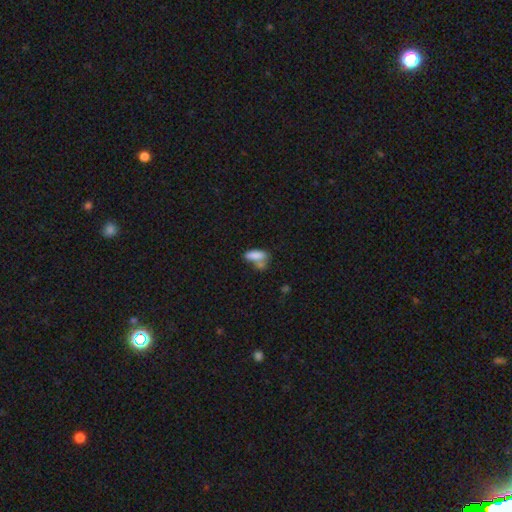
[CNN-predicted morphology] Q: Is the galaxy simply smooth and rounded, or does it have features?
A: smooth — 80%.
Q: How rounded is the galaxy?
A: in between — 75%.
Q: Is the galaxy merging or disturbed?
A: merger — 40%.